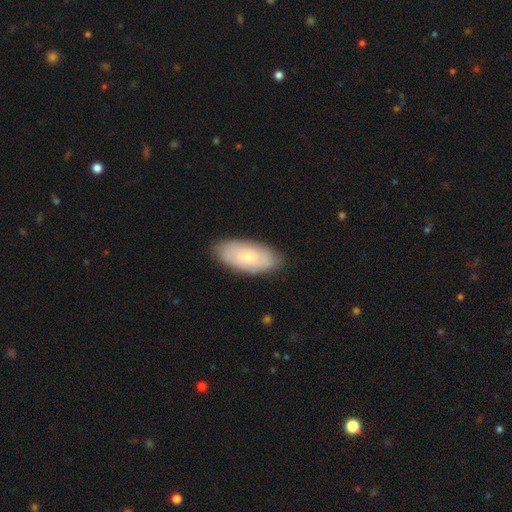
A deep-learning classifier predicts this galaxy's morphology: smooth 57%, featured or disk 37%, star or artifact 6%. Down the decision tree: how rounded — in between (90%); merging — none (83%).